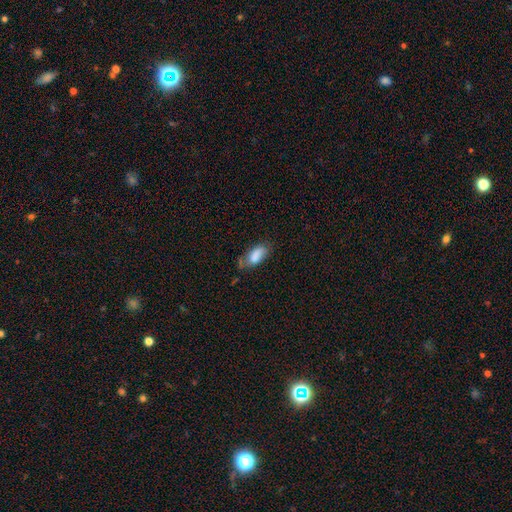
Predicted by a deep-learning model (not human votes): A smooth galaxy with no disk features (80%) that is in between round and cigar-shaped (87%).

Vote fractions:
- Smooth or featured? smooth: 80% / featured or disk: 12% / star or artifact: 8%
- How rounded? in between: 87% / cigar-shaped: 10% / round: 3%
- Merging? none: 48% / minor disturbance: 33% / major disturbance: 13% / merger: 6%